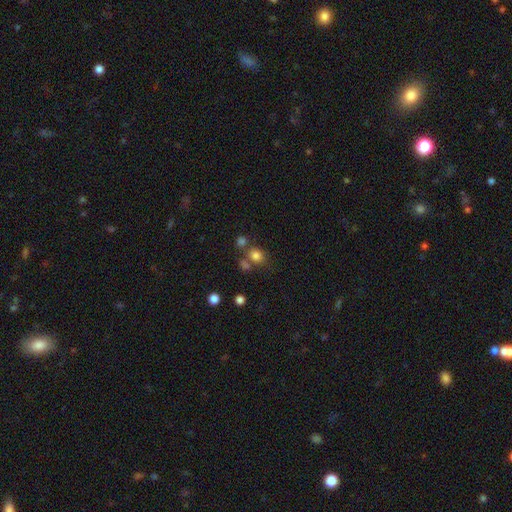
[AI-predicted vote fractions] This is likely a smooth galaxy (78%). How rounded: likely round (72%). Merging: likely none (61%).